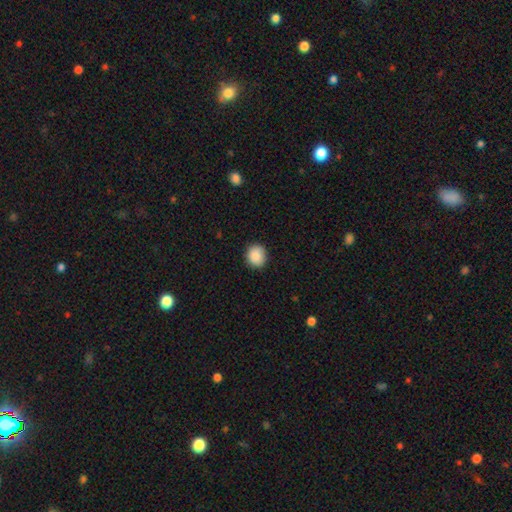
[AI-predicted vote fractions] smooth-or-featured: smooth: 89% | star or artifact: 8% | featured or disk: 3%
  how-rounded: round: 78% | in between: 21% | cigar-shaped: 1%
  merging: none: 89% | minor disturbance: 8% | major disturbance: 2% | merger: 1%